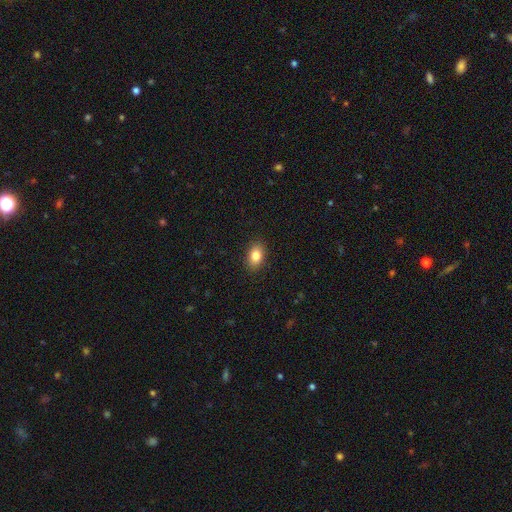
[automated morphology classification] A smooth galaxy with no disk features (84%) that is in between round and cigar-shaped (85%). Merging: none (90%).